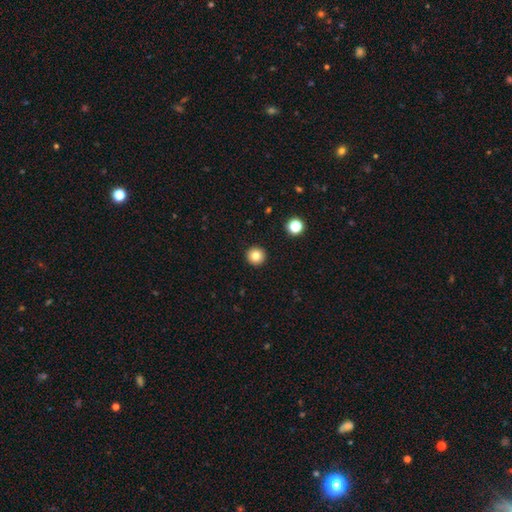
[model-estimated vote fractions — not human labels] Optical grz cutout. It shows a smooth galaxy with no disk features (82%) that is round (96%). Merging: none (94%).